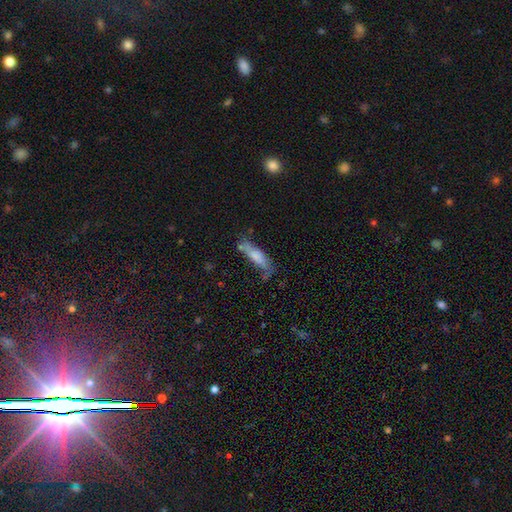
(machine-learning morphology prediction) Smooth or featured? smooth (60%)
How rounded? cigar-shaped (61%)
Merging? none (46%)